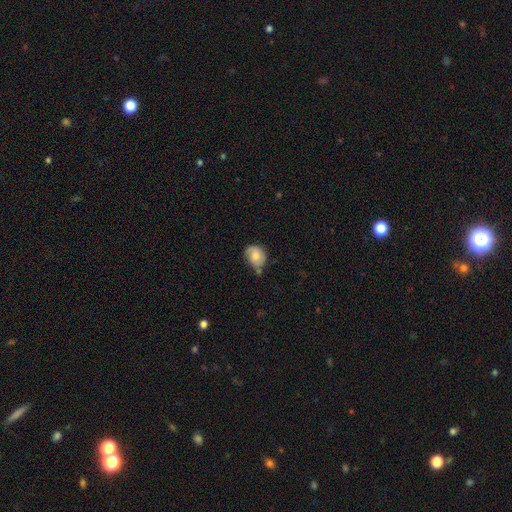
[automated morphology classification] smooth-or-featured: smooth: 67% | featured or disk: 25% | star or artifact: 8%
  how-rounded: round: 58% | in between: 41% | cigar-shaped: 1%
  merging: none: 49% | minor disturbance: 33% | merger: 9% | major disturbance: 8%